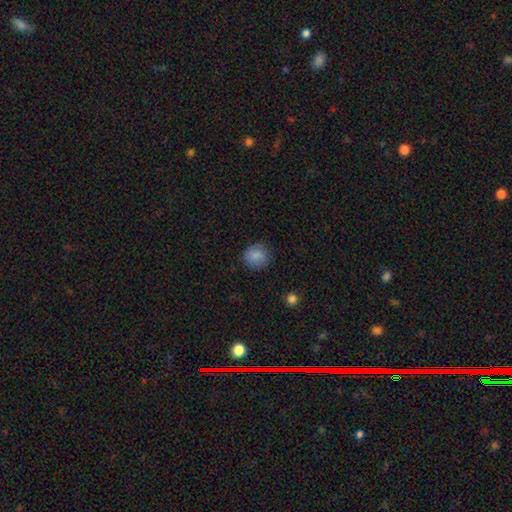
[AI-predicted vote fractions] smooth_or_featured: smooth (p=0.84) [alt: star or artifact p=0.08]
how_rounded: round (p=0.85) [alt: in between p=0.14]
merging: none (p=0.82) [alt: minor disturbance p=0.14]